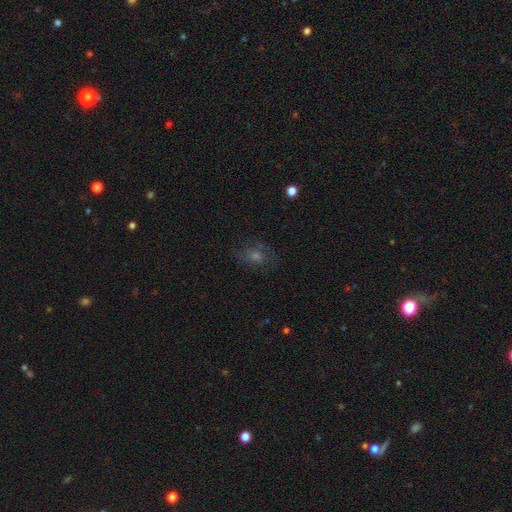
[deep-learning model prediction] Smooth or featured: smooth — 36% (featured or disk — 33%)
Merging: none — 69% (minor disturbance — 17%)